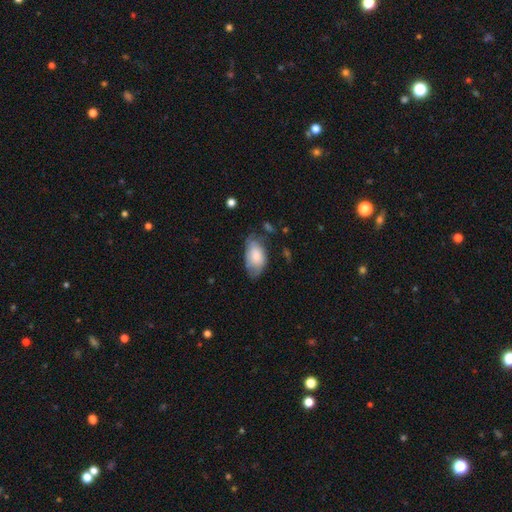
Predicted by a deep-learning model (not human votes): Smooth or featured? smooth (73%)
How rounded? in between (94%)
Merging? none (52%)